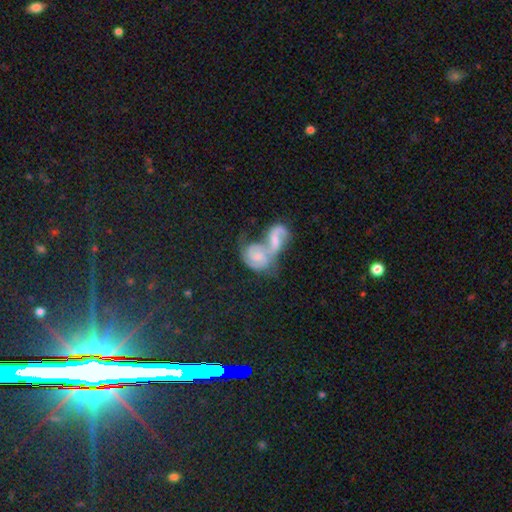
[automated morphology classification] This appears to be a featured or disk galaxy (63%) with no bar (54%), 2 (72%) medium (43%) spiral arms (87%) and a small central bulge (37%). Merging: merger (75%).